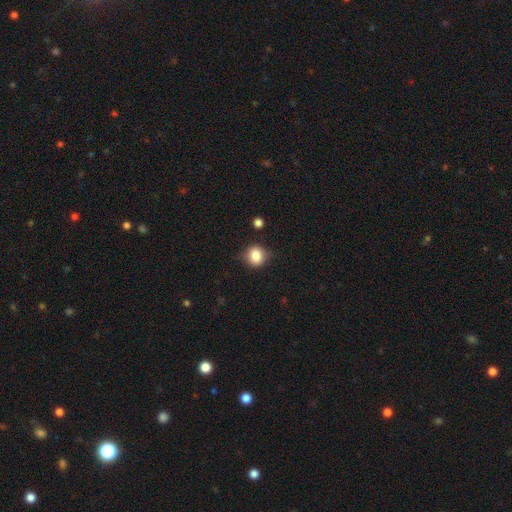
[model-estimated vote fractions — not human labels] Q: Smooth or featured?
A: smooth (83%); runner-up: star or artifact (10%)
Q: How rounded?
A: round (82%); runner-up: in between (17%)
Q: Merging?
A: none (79%); runner-up: minor disturbance (15%)